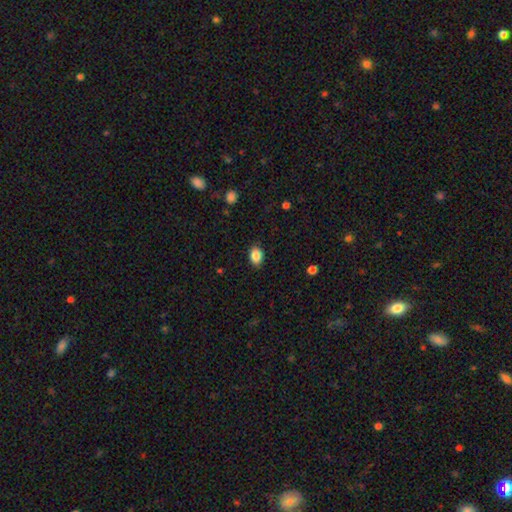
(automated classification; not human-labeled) The model was most divided on "how rounded": in between: 74%, round: 25%, cigar-shaped: 1%. More confident: smooth or featured — smooth (87%); merging — none (86%).